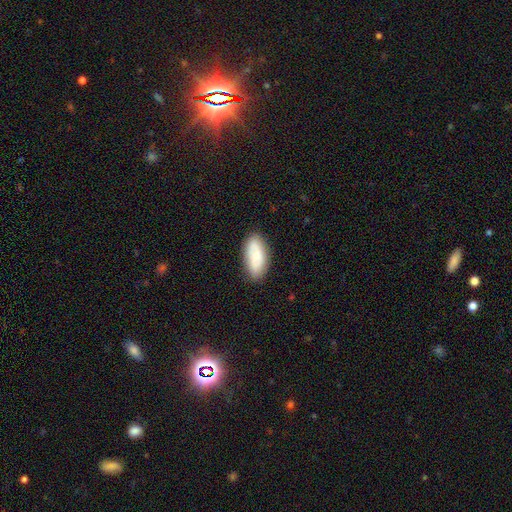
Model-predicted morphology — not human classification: Overall: smooth (73%). How rounded: in between (89%). Merging: none (82%).